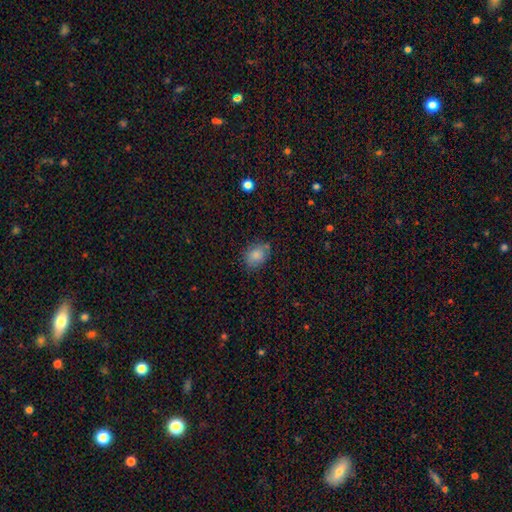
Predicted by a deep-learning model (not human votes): This is clearly a smooth galaxy (83%). How rounded: likely in between (63%). Merging: likely none (71%).